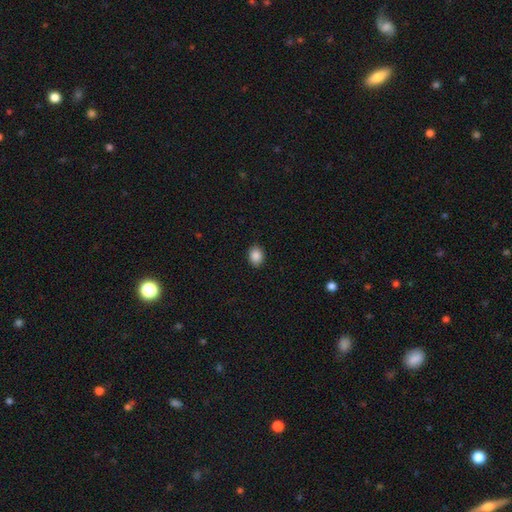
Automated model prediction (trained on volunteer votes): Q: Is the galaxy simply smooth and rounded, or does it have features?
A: smooth — 88%.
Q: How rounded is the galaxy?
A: in between — 56%.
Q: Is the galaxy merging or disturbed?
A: none — 90%.